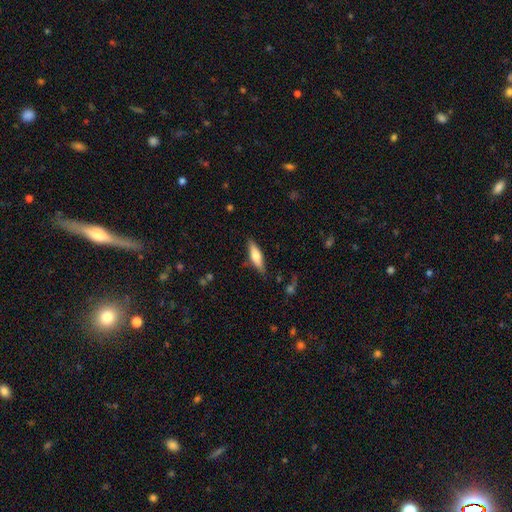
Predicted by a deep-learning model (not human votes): This is possibly a smooth galaxy (56%). How rounded: likely cigar-shaped (62%). Merging: clearly none (83%).